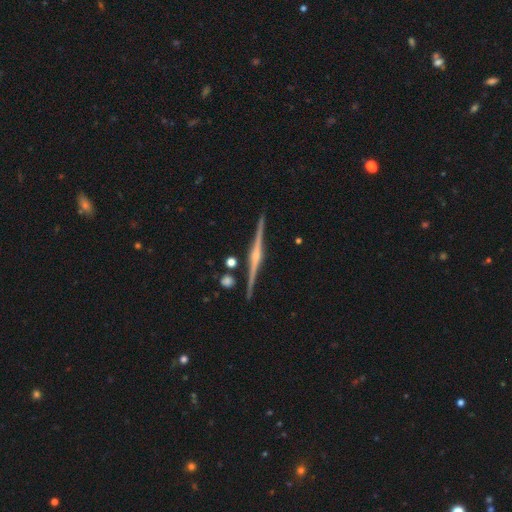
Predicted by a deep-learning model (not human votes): Overall: featured or disk (87%). Edge-on disk: yes (99%). Edge-on bulge: rounded (76%). Merging: none (90%).